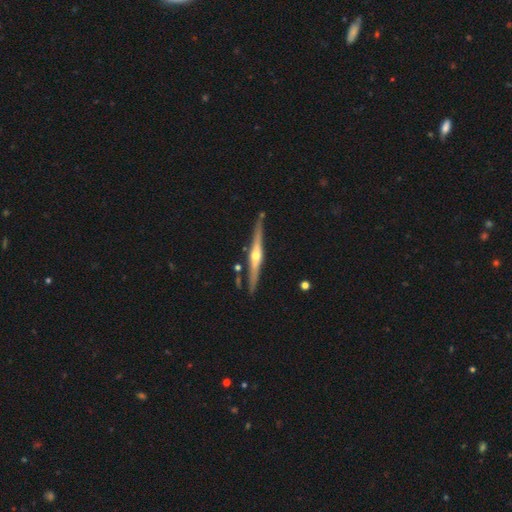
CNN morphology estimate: A featured or disk galaxy (79%) viewed edge-on (98%) with a rounded central bulge (92%).

Vote fractions:
- Smooth or featured? featured or disk: 79% / smooth: 16% / star or artifact: 5%
- Edge-on disk? yes: 98% / no: 2%
- Edge-on bulge? rounded: 92% / none: 4% / boxy: 4%
- Merging? none: 86% / minor disturbance: 9% / merger: 3% / major disturbance: 2%